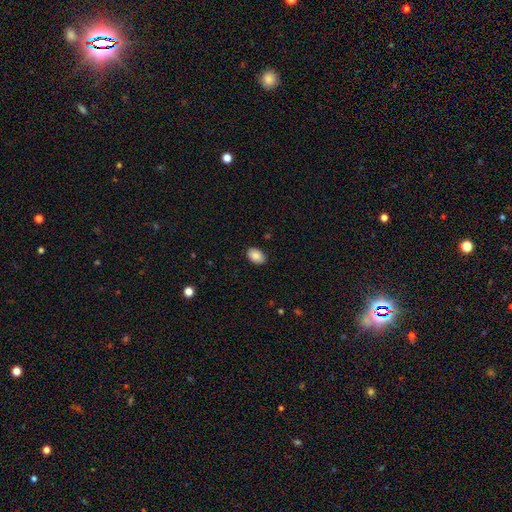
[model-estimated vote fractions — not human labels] Overall: smooth (85%). How rounded: in between (87%). Merging: none (87%).